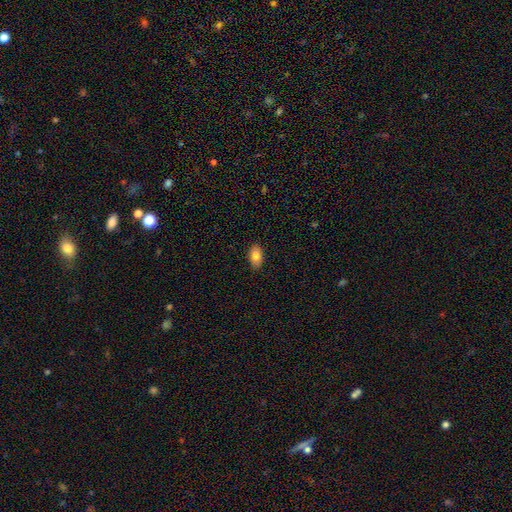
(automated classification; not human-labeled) Overall: smooth (83%). How rounded: in between (93%). Merging: none (88%).